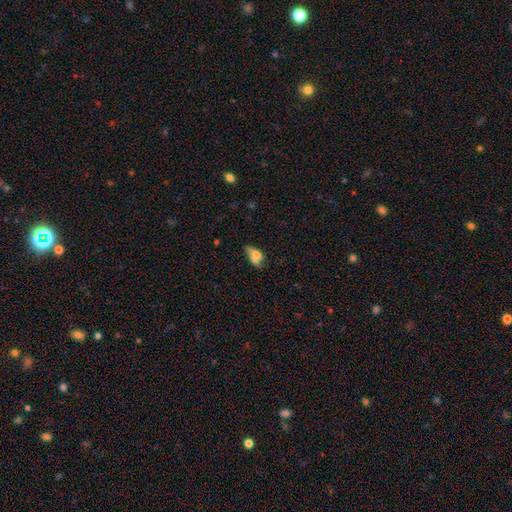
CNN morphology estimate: Smooth or featured? smooth (65%)
How rounded? in between (83%)
Merging? none (33%)